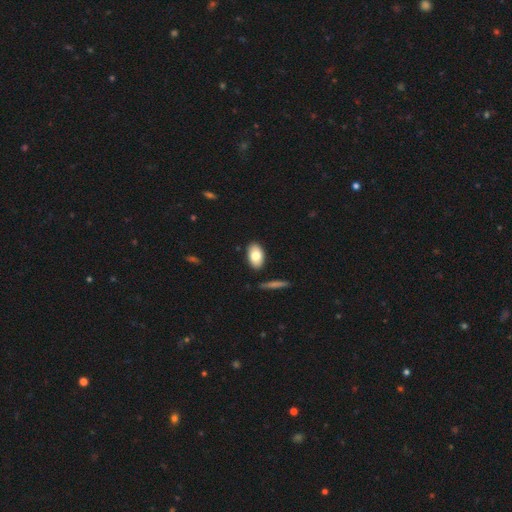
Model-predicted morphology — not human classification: Smooth or featured: smooth — 79% (featured or disk — 15%)
How rounded: in between — 93% (round — 5%)
Merging: none — 85% (minor disturbance — 10%)